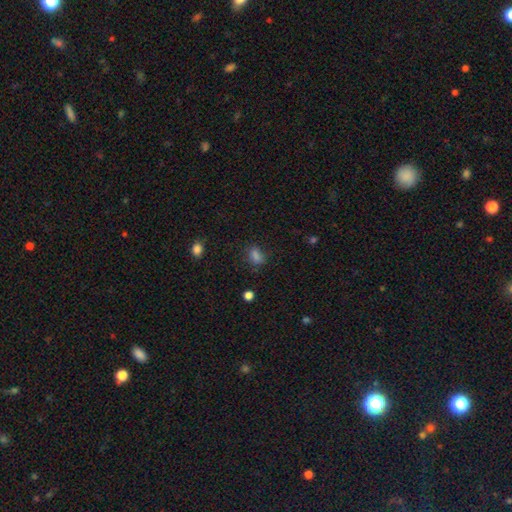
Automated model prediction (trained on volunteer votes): Smooth or featured?
  - smooth: 78% *
  - star or artifact: 16%
  - featured or disk: 6%
How rounded?
  - in between: 72% *
  - round: 25%
  - cigar-shaped: 3%
Merging?
  - none: 68% *
  - minor disturbance: 20%
  - major disturbance: 7%
  - merger: 5%